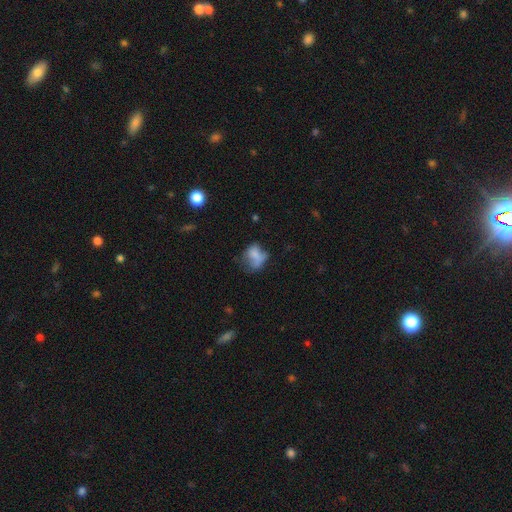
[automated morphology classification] Smooth or featured: smooth — 67% (featured or disk — 21%)
How rounded: in between — 65% (round — 33%)
Merging: major disturbance — 31% (none — 30%)